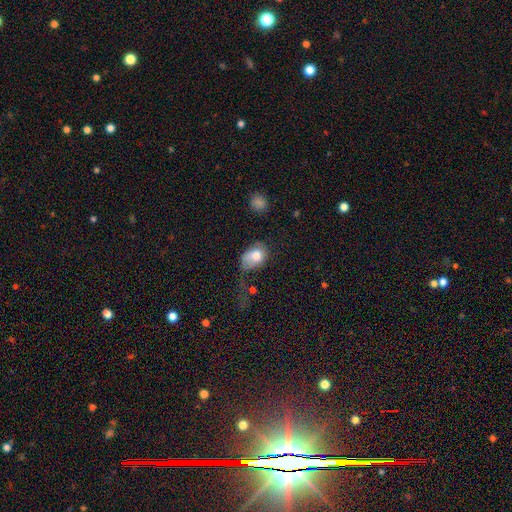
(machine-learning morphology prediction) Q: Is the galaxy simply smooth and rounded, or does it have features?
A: smooth — 73%.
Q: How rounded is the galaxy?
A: in between — 73%.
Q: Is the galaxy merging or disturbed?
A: major disturbance — 39%.